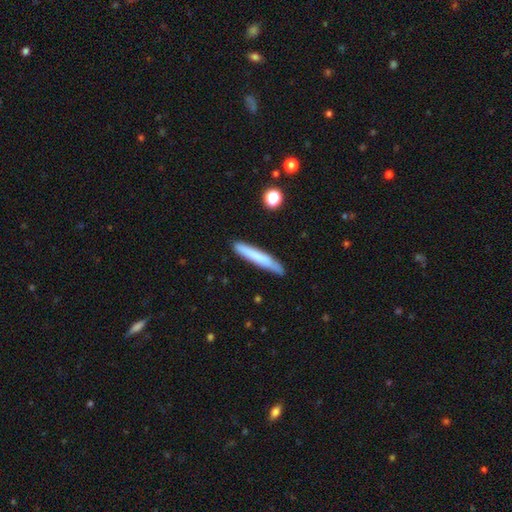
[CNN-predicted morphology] smooth_or_featured: smooth (p=0.74) [alt: featured or disk p=0.20]
how_rounded: cigar-shaped (p=0.95) [alt: in between p=0.04]
merging: none (p=0.87) [alt: minor disturbance p=0.10]